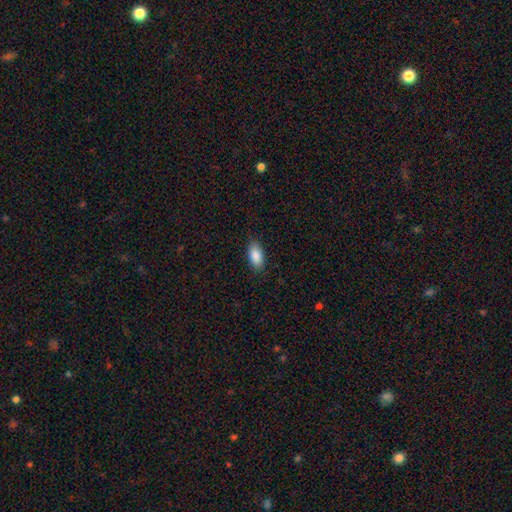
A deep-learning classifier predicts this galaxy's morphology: smooth-or-featured: smooth: 88% | star or artifact: 7% | featured or disk: 5%
  how-rounded: in between: 91% | cigar-shaped: 6% | round: 3%
  merging: none: 87% | minor disturbance: 10% | major disturbance: 2% | merger: 1%